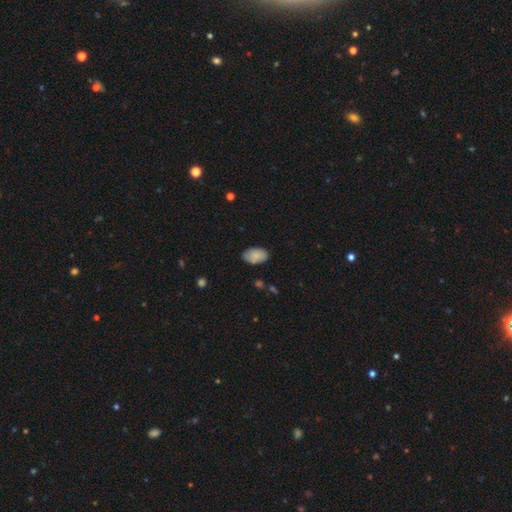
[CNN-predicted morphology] smooth-or-featured: smooth: 84% | featured or disk: 10% | star or artifact: 7%
  how-rounded: in between: 94% | round: 5% | cigar-shaped: 1%
  merging: none: 83% | minor disturbance: 13% | major disturbance: 3% | merger: 1%